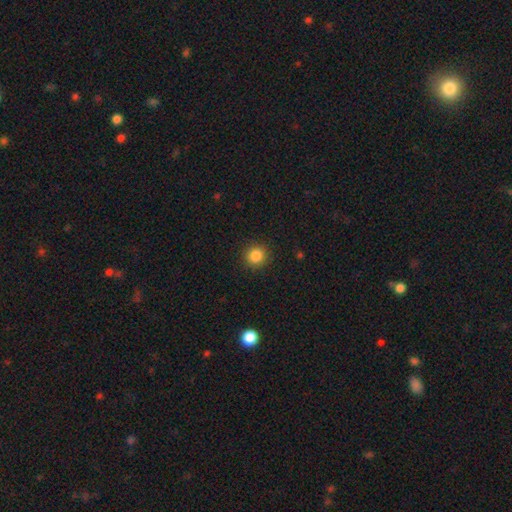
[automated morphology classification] The model was most divided on "smooth or featured": smooth: 85%, star or artifact: 11%, featured or disk: 4%. More confident: how rounded — round (91%); merging — none (91%).